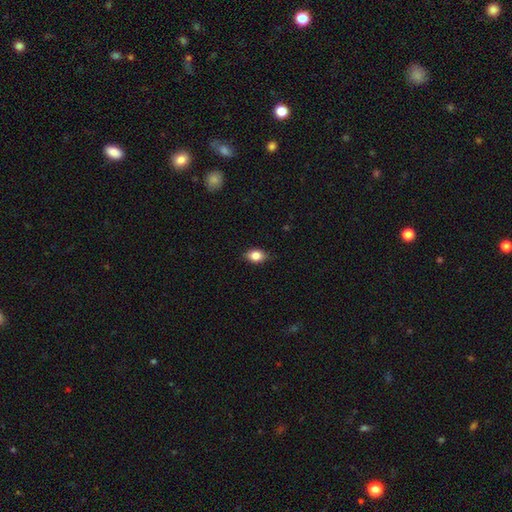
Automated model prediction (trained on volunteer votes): Smooth or featured? smooth (82%)
How rounded? in between (75%)
Merging? none (83%)